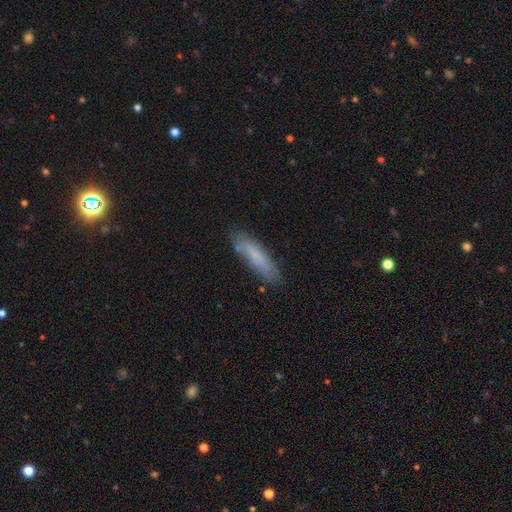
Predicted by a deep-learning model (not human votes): Smooth or featured? Predicted: smooth (p=0.73). How rounded? Predicted: cigar-shaped (p=0.75). Merging? Predicted: none (p=0.78).